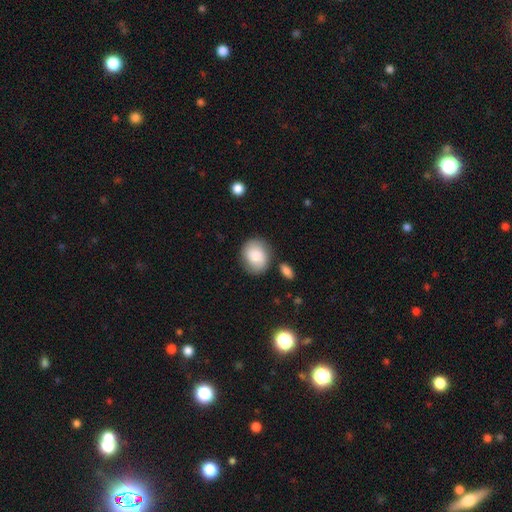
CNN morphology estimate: smooth_or_featured: smooth (p=0.81) [alt: featured or disk p=0.13]
how_rounded: round (p=0.63) [alt: in between p=0.36]
merging: none (p=0.75) [alt: minor disturbance p=0.15]